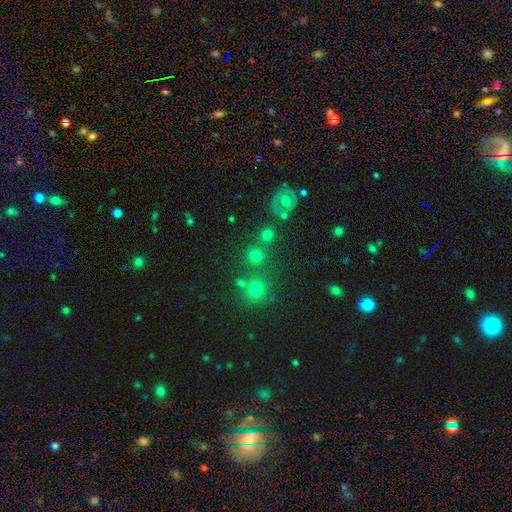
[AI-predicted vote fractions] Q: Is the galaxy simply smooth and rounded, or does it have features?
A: smooth — 74%.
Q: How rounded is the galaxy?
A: round — 91%.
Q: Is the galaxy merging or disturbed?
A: none — 72%.